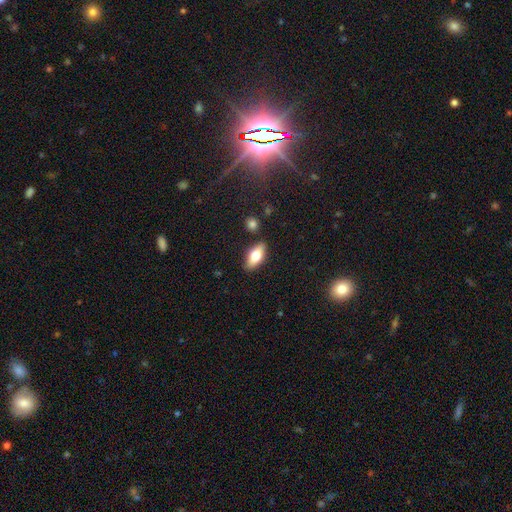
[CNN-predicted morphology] smooth-or-featured: smooth: 70% | featured or disk: 23% | star or artifact: 7%
  how-rounded: in between: 84% | cigar-shaped: 12% | round: 4%
  merging: none: 85% | minor disturbance: 10% | merger: 3% | major disturbance: 2%